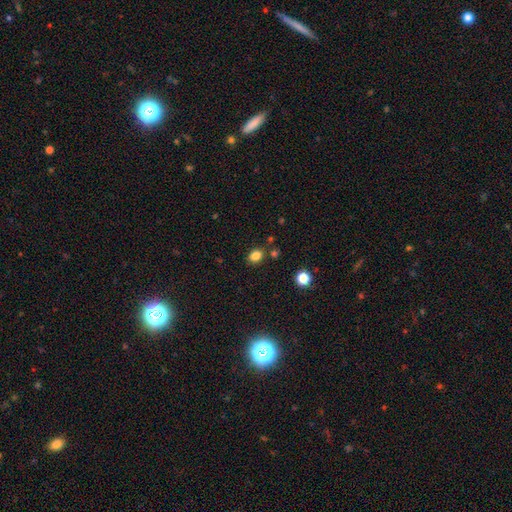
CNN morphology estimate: A smooth galaxy with no disk features (83%) that is in between round and cigar-shaped (58%). Merging: none (82%).